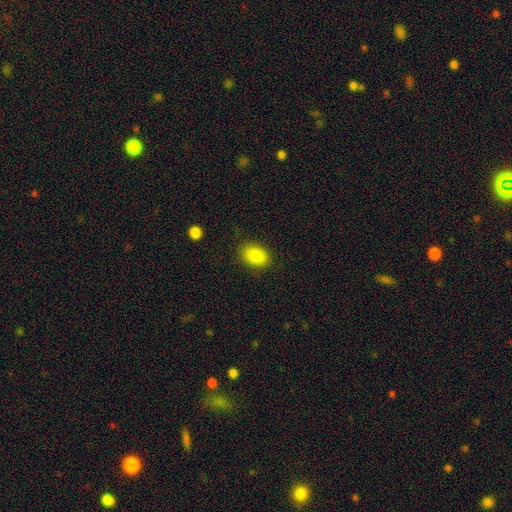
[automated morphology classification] This is clearly a smooth galaxy (87%). How rounded: clearly in between (83%). Merging: clearly none (84%).